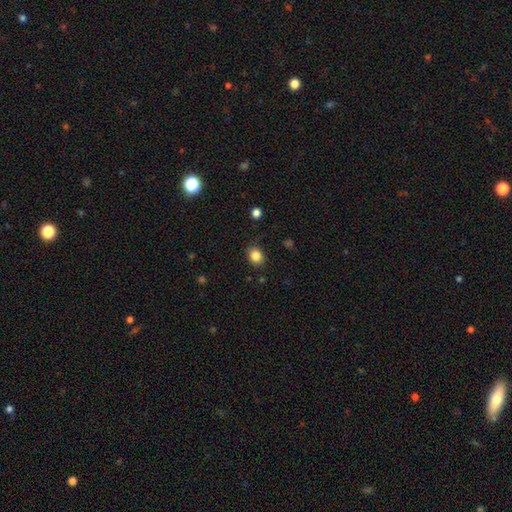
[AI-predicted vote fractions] Q: Smooth or featured?
A: smooth (85%); runner-up: star or artifact (11%)
Q: How rounded?
A: round (59%); runner-up: in between (40%)
Q: Merging?
A: none (86%); runner-up: minor disturbance (10%)